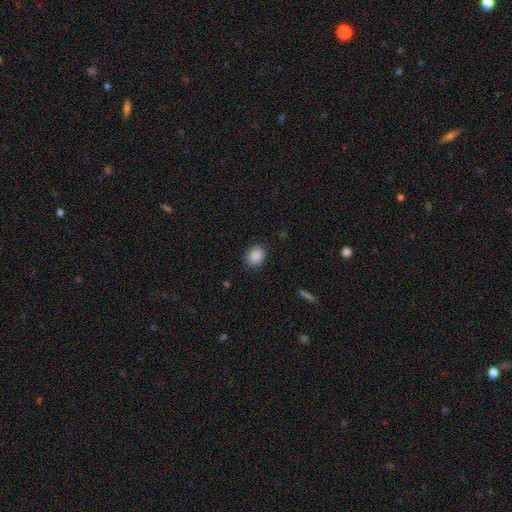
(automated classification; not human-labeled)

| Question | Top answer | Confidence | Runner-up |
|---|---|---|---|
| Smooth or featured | smooth | 88% | star or artifact (9%) |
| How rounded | round | 63% | in between (36%) |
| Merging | none | 86% | minor disturbance (10%) |